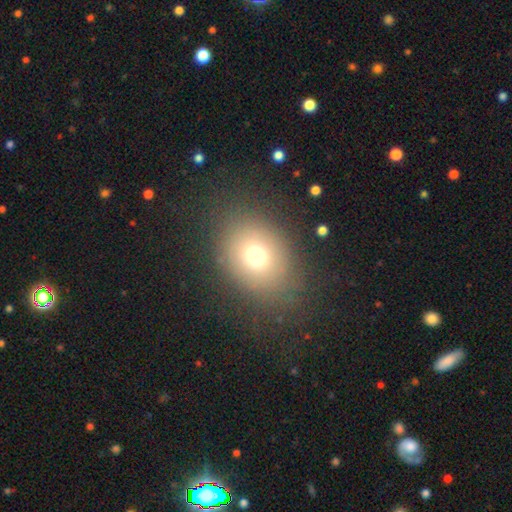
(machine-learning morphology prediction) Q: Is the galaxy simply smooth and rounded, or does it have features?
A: smooth — 70%.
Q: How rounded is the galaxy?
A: round — 51%.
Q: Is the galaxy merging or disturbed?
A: none — 77%.